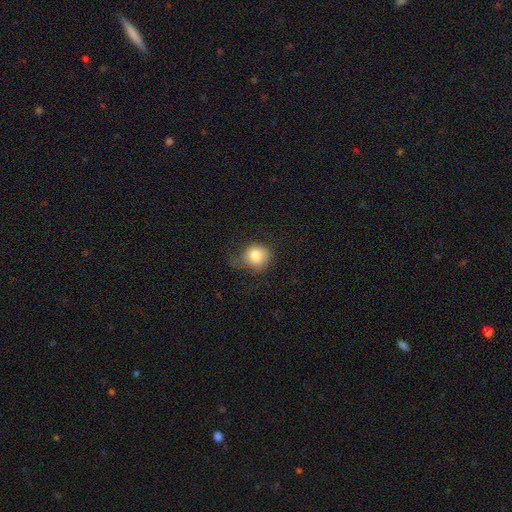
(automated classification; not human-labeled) Q: Smooth or featured?
A: smooth (80%); runner-up: featured or disk (10%)
Q: How rounded?
A: round (82%); runner-up: in between (17%)
Q: Merging?
A: none (53%); runner-up: minor disturbance (29%)